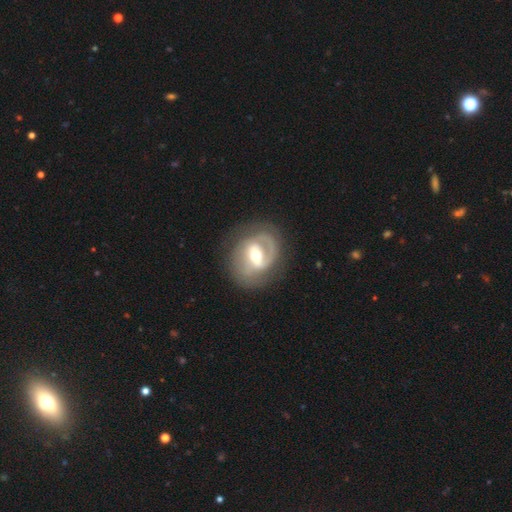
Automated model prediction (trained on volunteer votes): Smooth or featured? featured or disk (81%)
Edge-on disk? no (97%)
Bar? weak (46%)
Spiral arms? yes (85%)
Spiral winding? medium (41%)
Spiral arm count? 2 (60%)
Bulge size? moderate (66%)
Merging? none (70%)